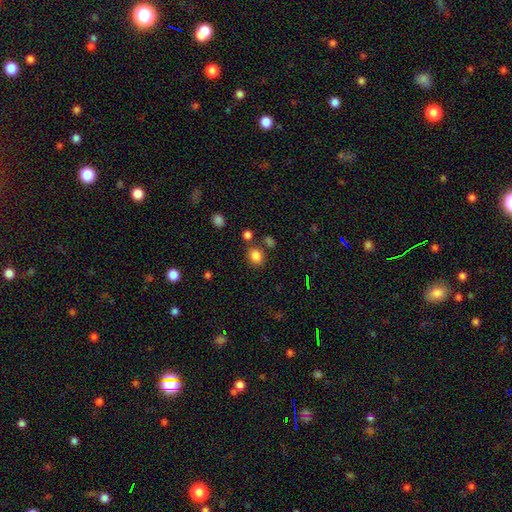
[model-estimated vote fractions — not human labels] Smooth or featured? Predicted: smooth (p=0.83). How rounded? Predicted: round (p=0.68). Merging? Predicted: none (p=0.76).